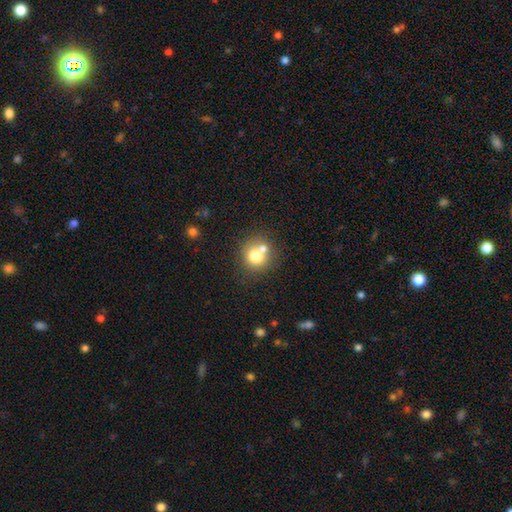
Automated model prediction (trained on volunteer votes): smooth_or_featured: smooth (p=0.73) [alt: featured or disk p=0.15]
how_rounded: round (p=0.83) [alt: in between p=0.16]
merging: none (p=0.50) [alt: merger p=0.37]